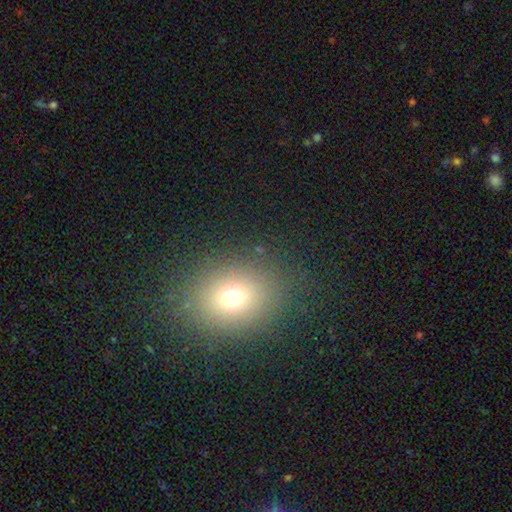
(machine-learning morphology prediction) Q: Smooth or featured?
A: smooth (70%); runner-up: star or artifact (20%)
Q: How rounded?
A: round (50%); runner-up: in between (48%)
Q: Merging?
A: none (88%); runner-up: minor disturbance (7%)